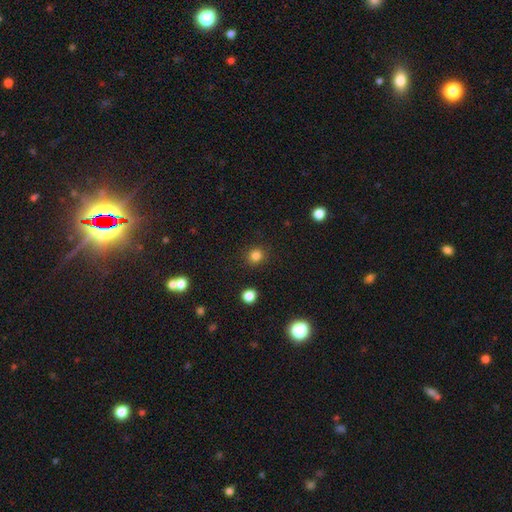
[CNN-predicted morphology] Q: Smooth or featured?
A: smooth (83%); runner-up: star or artifact (14%)
Q: How rounded?
A: round (88%); runner-up: in between (12%)
Q: Merging?
A: none (90%); runner-up: minor disturbance (6%)